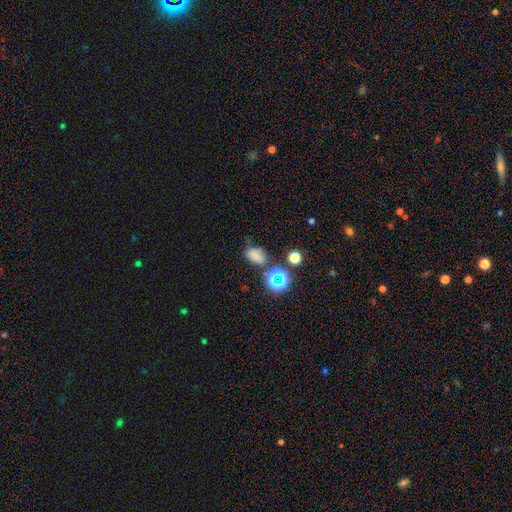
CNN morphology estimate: Smooth or featured? Predicted: smooth (p=0.62). How rounded? Predicted: in between (p=0.77). Merging? Predicted: none (p=0.61).